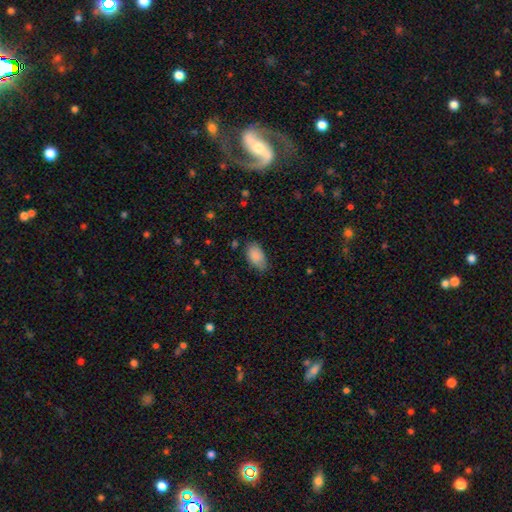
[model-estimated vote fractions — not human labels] smooth 87%, star or artifact 7%, featured or disk 6%. Down the decision tree: how rounded — in between (93%); merging — none (65%).